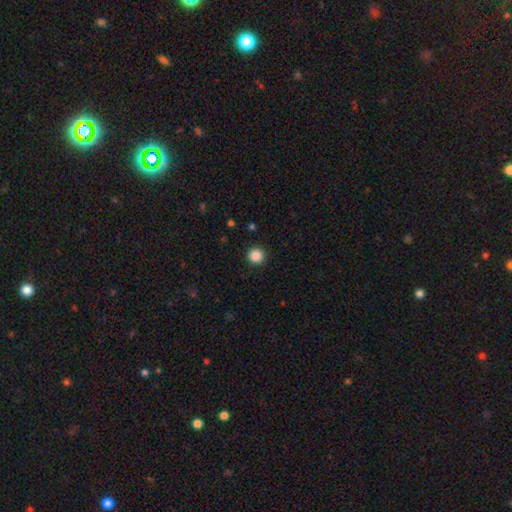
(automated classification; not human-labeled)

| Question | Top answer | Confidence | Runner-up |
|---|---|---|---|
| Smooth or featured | smooth | 87% | star or artifact (11%) |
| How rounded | round | 95% | in between (4%) |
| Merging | none | 92% | minor disturbance (5%) |